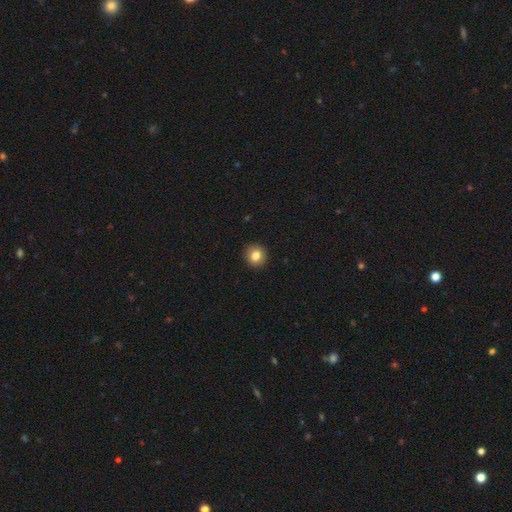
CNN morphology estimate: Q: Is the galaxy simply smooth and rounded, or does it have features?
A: smooth — 82%.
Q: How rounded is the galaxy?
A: round — 91%.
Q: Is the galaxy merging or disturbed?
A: none — 93%.